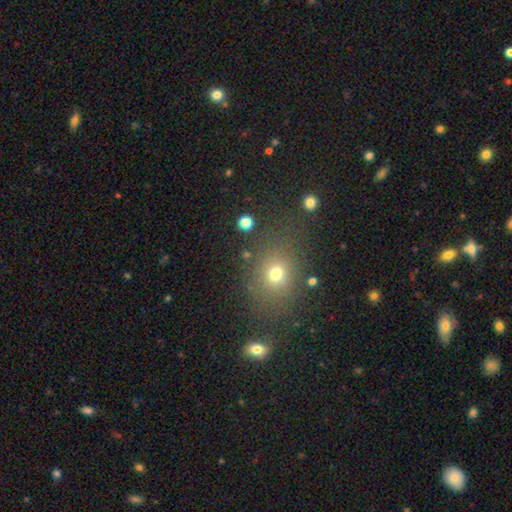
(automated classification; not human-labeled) smooth_or_featured: smooth (p=0.58) [alt: star or artifact p=0.33]
how_rounded: round (p=0.60) [alt: in between p=0.39]
merging: none (p=0.83) [alt: minor disturbance p=0.09]